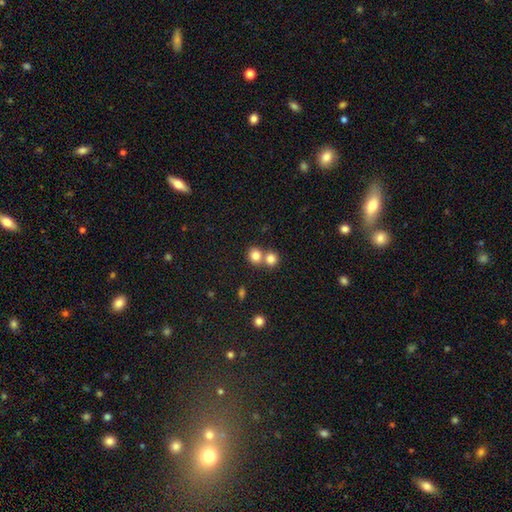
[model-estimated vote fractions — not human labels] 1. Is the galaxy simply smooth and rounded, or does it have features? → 81% smooth, 11% star or artifact, 8% featured or disk.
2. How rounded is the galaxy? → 81% round, 18% in between, 1% cigar-shaped.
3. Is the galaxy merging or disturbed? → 47% none, 45% merger, 6% minor disturbance, 2% major disturbance.